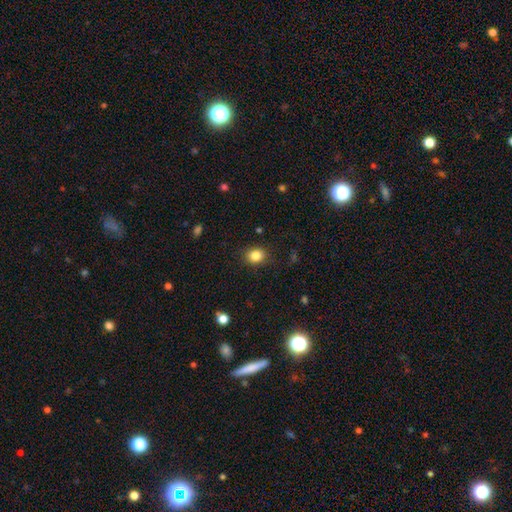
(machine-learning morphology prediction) Smooth or featured: smooth — 84% (star or artifact — 11%)
How rounded: round — 62% (in between — 37%)
Merging: none — 86% (minor disturbance — 10%)